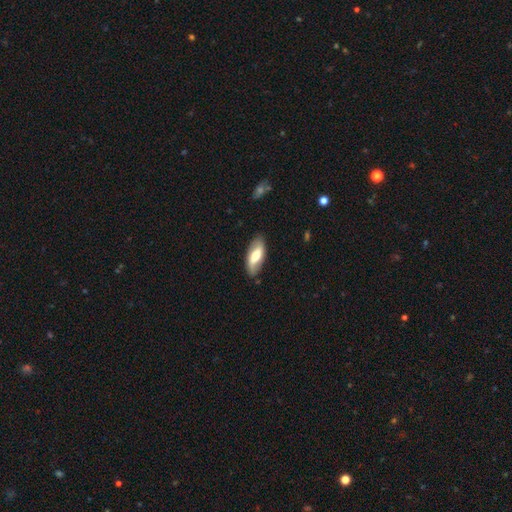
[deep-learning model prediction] Smooth or featured? Predicted: smooth (p=0.51). How rounded? Predicted: in between (p=0.82). Merging? Predicted: none (p=0.83).